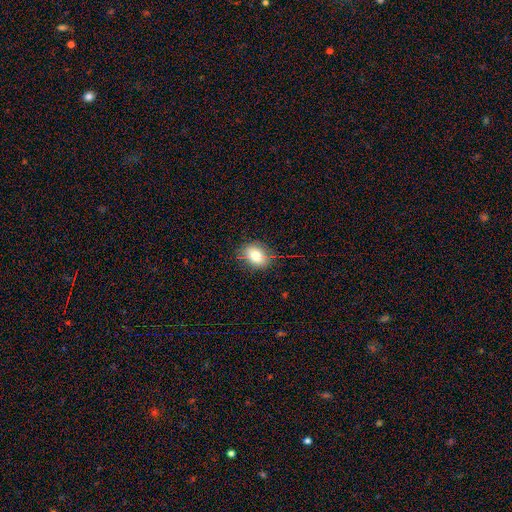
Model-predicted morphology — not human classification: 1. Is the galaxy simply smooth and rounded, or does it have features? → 77% smooth, 13% featured or disk, 11% star or artifact.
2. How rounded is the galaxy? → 65% in between, 34% round, 2% cigar-shaped.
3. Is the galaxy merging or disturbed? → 78% none, 17% minor disturbance, 4% major disturbance, 1% merger.